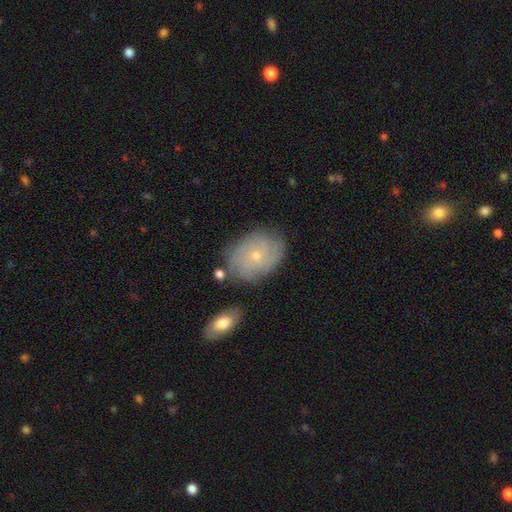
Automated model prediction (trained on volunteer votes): Morphology: type=featured or disk (61%); edge-on=no (96%); bar=no (84%); spiral arms=yes (83%); bulge=small (74%); merging=none (75%).